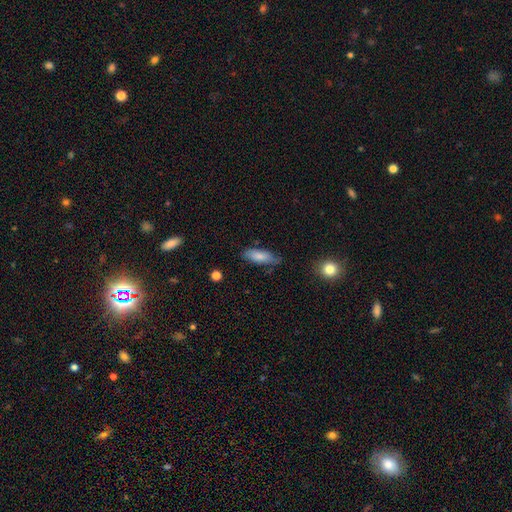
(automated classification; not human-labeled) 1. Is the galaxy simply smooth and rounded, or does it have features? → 72% smooth, 19% featured or disk, 9% star or artifact.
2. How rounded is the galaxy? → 63% in between, 35% cigar-shaped, 2% round.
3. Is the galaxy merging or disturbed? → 74% none, 20% minor disturbance, 4% major disturbance, 2% merger.